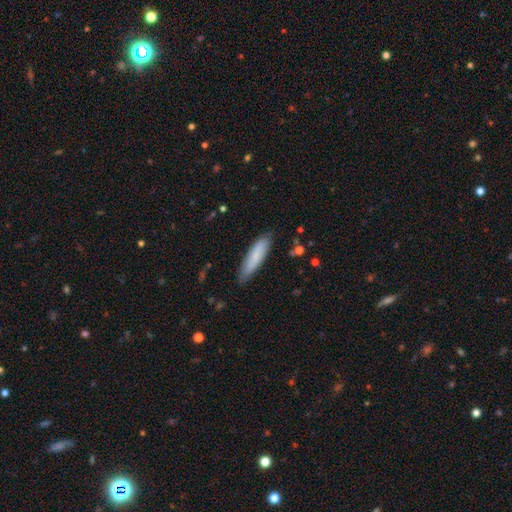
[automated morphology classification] Smooth or featured?
  - smooth: 81% *
  - featured or disk: 13%
  - star or artifact: 6%
How rounded?
  - cigar-shaped: 74% *
  - in between: 24%
  - round: 1%
Merging?
  - none: 82% *
  - minor disturbance: 14%
  - major disturbance: 2%
  - merger: 1%